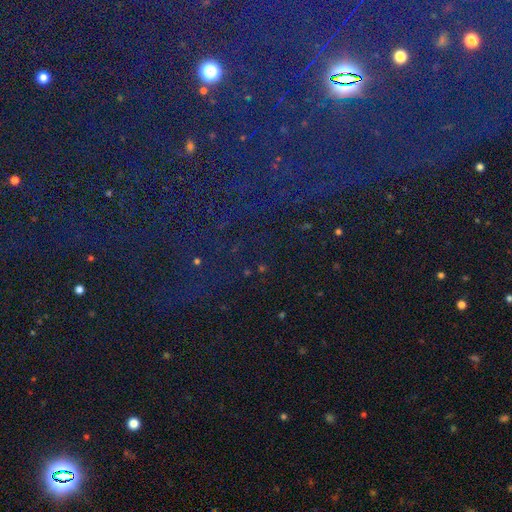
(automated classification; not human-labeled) Smooth or featured? star or artifact (83%)